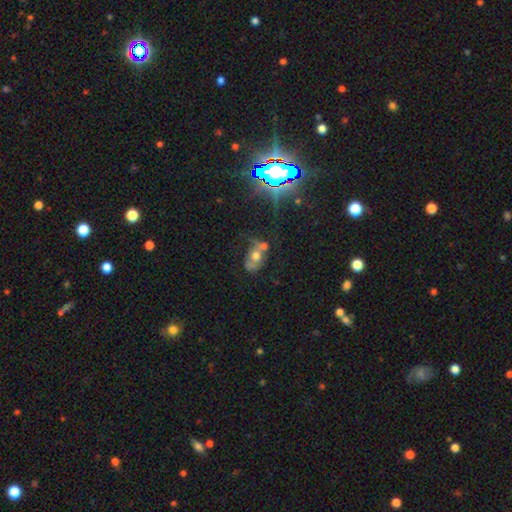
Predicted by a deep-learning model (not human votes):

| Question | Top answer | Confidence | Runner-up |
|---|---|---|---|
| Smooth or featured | smooth | 47% | featured or disk (35%) |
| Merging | merger | 37% | none (26%) |